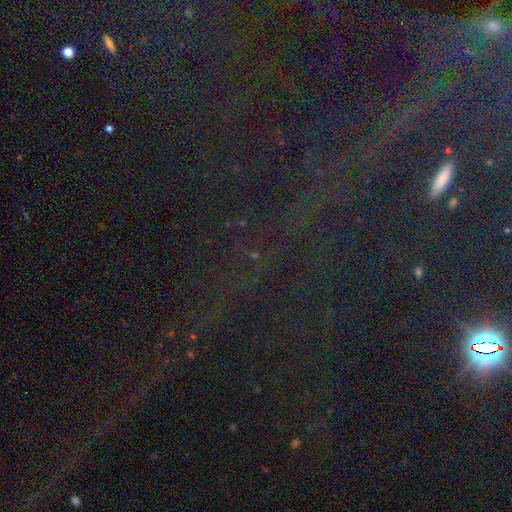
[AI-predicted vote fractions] A star or artifact, not a galaxy (82%).